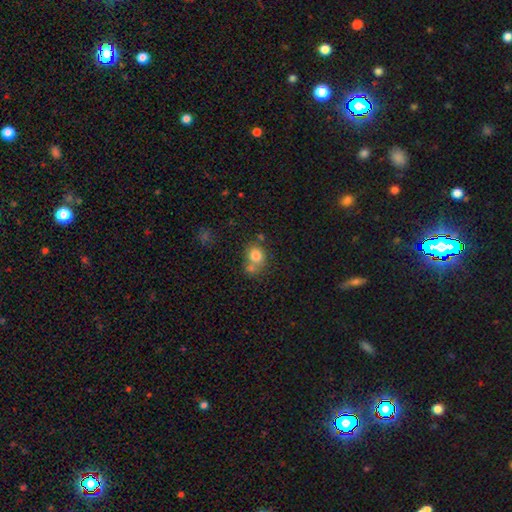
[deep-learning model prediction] This appears to be a smooth galaxy with no disk features (78%) that is round (72%). Merging: none (48%).